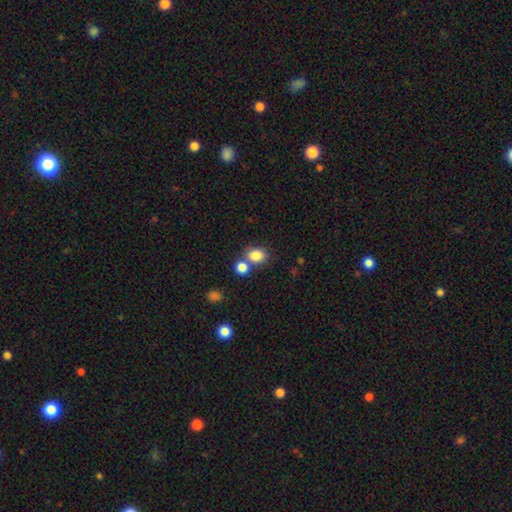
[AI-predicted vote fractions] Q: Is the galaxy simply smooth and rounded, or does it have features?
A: smooth — 83%.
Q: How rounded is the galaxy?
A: in between — 51%.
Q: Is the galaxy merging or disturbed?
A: none — 56%.